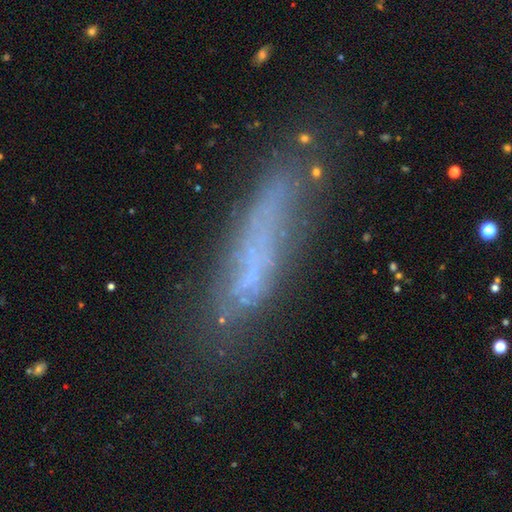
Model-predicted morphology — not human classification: Smooth or featured? Predicted: smooth (p=0.50). Merging? Predicted: none (p=0.63).